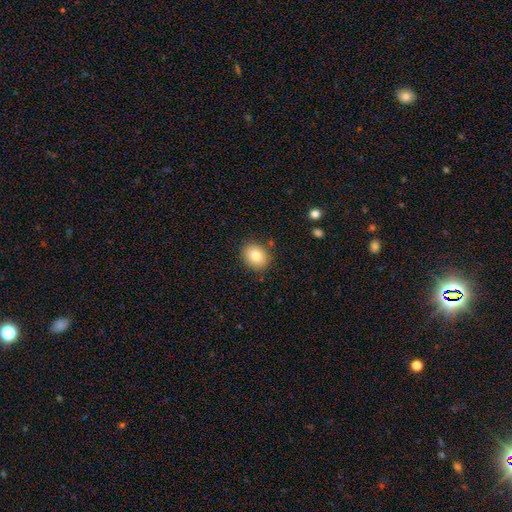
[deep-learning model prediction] Smooth or featured?
  - smooth: 82% *
  - featured or disk: 9%
  - star or artifact: 8%
How rounded?
  - in between: 52% *
  - round: 47%
  - cigar-shaped: 1%
Merging?
  - none: 86% *
  - minor disturbance: 10%
  - major disturbance: 3%
  - merger: 2%